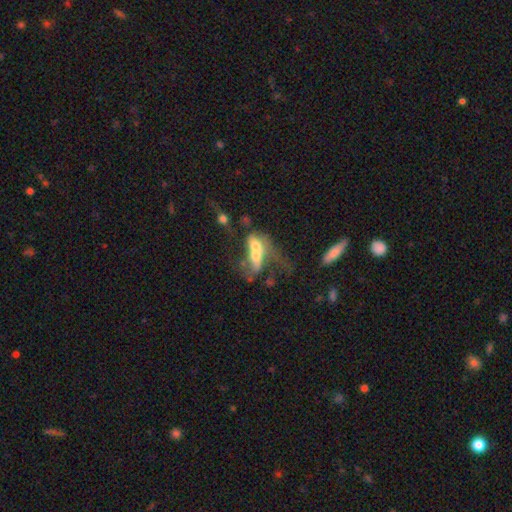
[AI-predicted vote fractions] smooth-or-featured: featured or disk: 47% | smooth: 43% | star or artifact: 10%
  merging: merger: 67% | major disturbance: 17% | none: 10% | minor disturbance: 6%